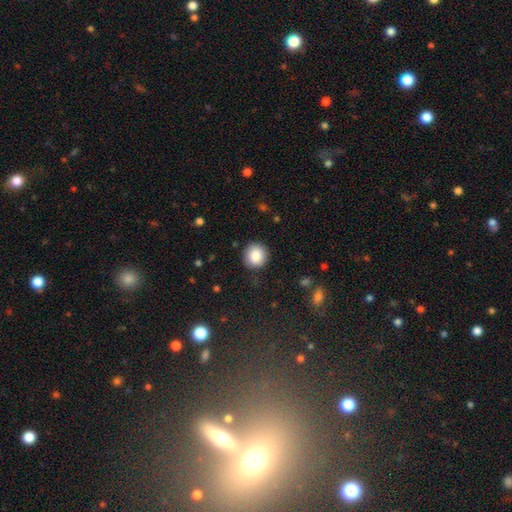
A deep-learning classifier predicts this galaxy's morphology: Smooth or featured: smooth — 87% (star or artifact — 8%)
How rounded: round — 91% (in between — 8%)
Merging: none — 88% (minor disturbance — 8%)